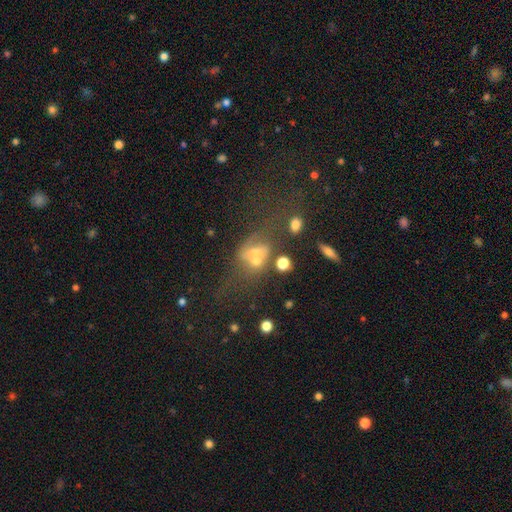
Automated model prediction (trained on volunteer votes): A smooth galaxy with no disk features (49%).

Vote fractions:
- Smooth or featured? smooth: 49% / featured or disk: 32% / star or artifact: 19%
- Merging? merger: 46% / none: 25% / major disturbance: 16% / minor disturbance: 12%